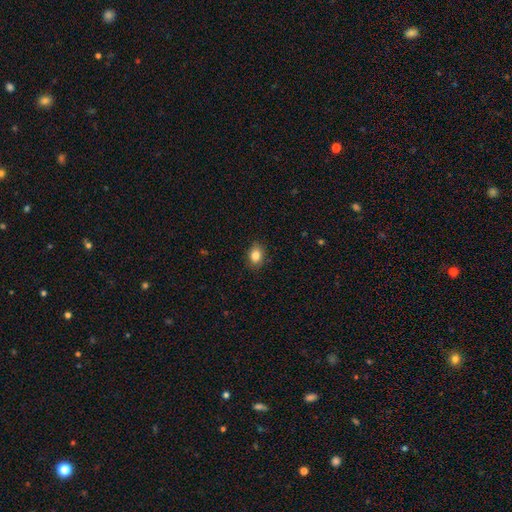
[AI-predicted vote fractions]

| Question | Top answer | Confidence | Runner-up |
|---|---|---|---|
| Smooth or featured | smooth | 83% | star or artifact (10%) |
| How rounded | in between | 63% | round (36%) |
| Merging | none | 85% | minor disturbance (11%) |